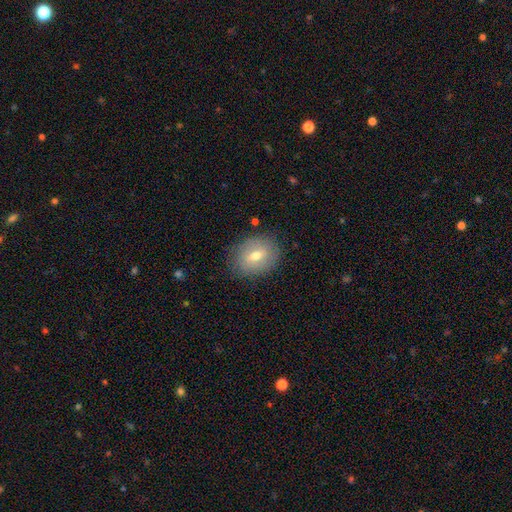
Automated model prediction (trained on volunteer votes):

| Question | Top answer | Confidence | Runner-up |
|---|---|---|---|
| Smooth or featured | smooth | 61% | featured or disk (30%) |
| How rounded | in between | 59% | round (39%) |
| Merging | none | 82% | minor disturbance (13%) |